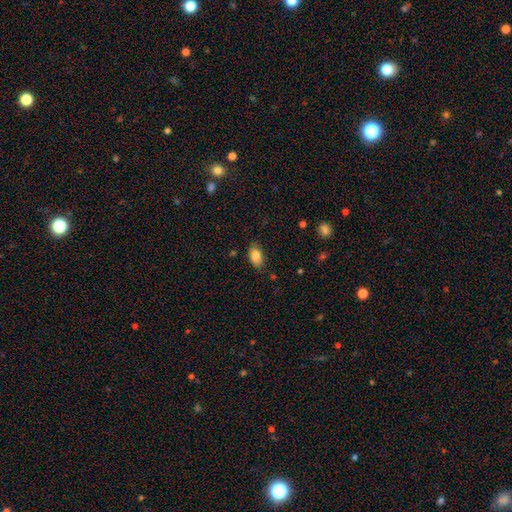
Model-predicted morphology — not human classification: Smooth or featured? smooth (85%)
How rounded? in between (91%)
Merging? none (82%)